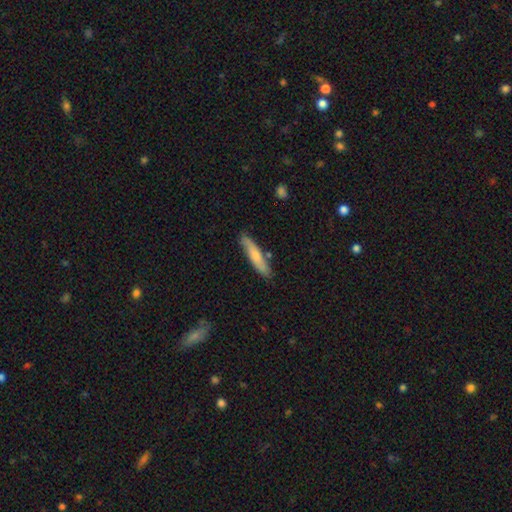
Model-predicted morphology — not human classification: A smooth galaxy with no disk features (68%) that is cigar-shaped (85%).

Vote fractions:
- Smooth or featured? smooth: 68% / featured or disk: 27% / star or artifact: 5%
- How rounded? cigar-shaped: 85% / in between: 14% / round: 2%
- Merging? none: 81% / minor disturbance: 13% / merger: 4% / major disturbance: 2%